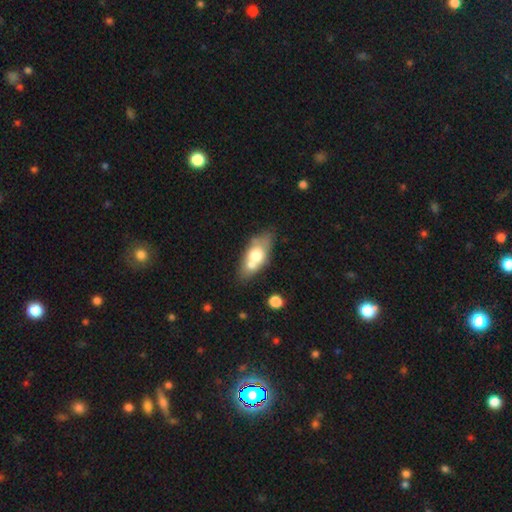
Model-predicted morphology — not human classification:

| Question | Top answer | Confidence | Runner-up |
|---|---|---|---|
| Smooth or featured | smooth | 59% | featured or disk (34%) |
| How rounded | in between | 78% | cigar-shaped (15%) |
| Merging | none | 47% | merger (31%) |